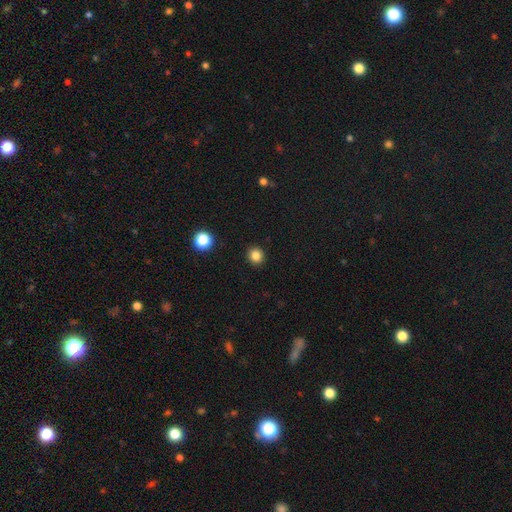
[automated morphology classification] Smooth or featured? smooth (84%)
How rounded? round (89%)
Merging? none (92%)